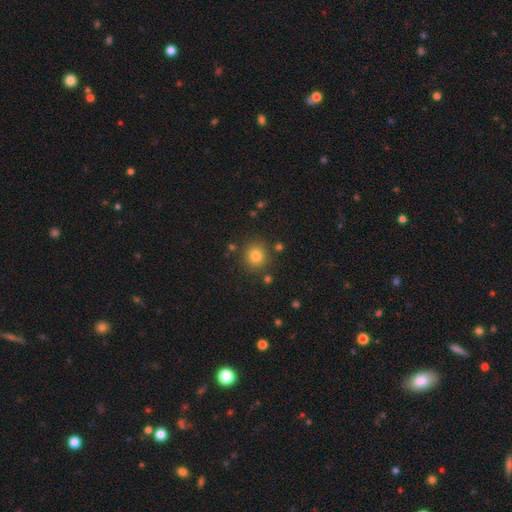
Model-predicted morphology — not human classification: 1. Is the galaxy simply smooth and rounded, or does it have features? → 81% smooth, 13% star or artifact, 6% featured or disk.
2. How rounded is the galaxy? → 88% round, 12% in between, 1% cigar-shaped.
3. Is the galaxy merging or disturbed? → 85% none, 8% minor disturbance, 4% merger, 3% major disturbance.